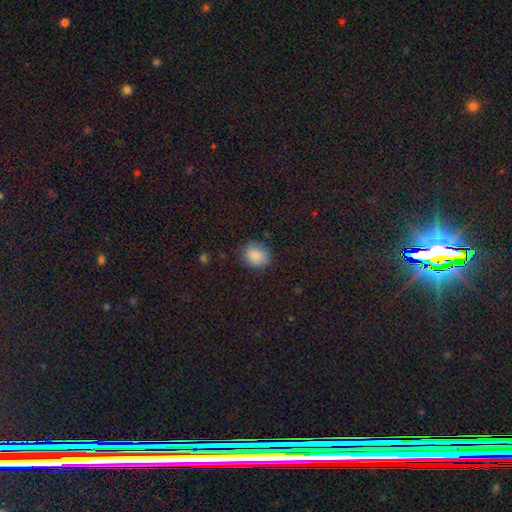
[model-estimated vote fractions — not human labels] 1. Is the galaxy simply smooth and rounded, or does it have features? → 85% smooth, 10% star or artifact, 5% featured or disk.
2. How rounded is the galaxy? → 66% round, 33% in between, 1% cigar-shaped.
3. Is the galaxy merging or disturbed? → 81% none, 14% minor disturbance, 3% major disturbance, 1% merger.